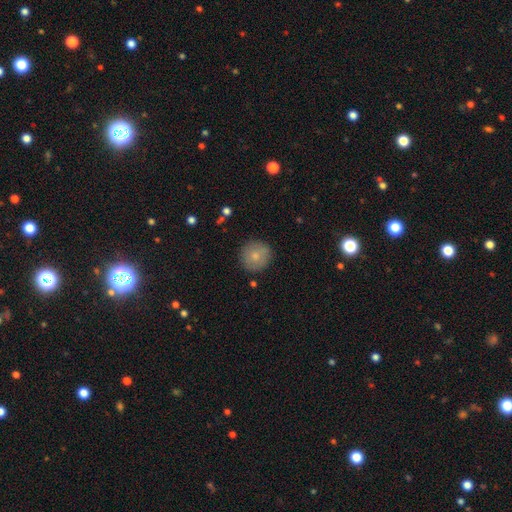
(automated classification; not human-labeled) smooth 78%, featured or disk 14%, star or artifact 8%. Down the decision tree: how rounded — round (95%); merging — none (87%).